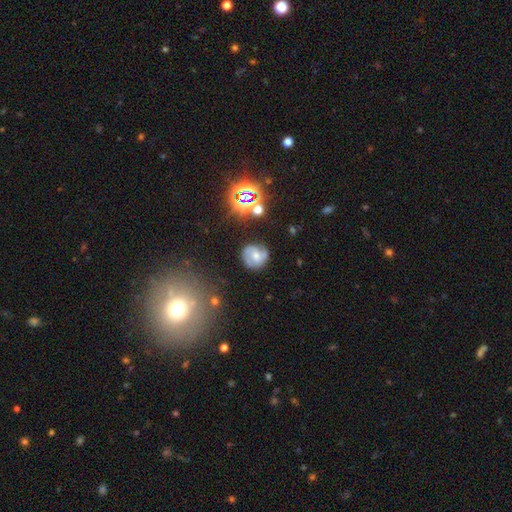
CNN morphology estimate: Smooth or featured? featured or disk (51%)
Edge-on disk? no (96%)
Merging? none (76%)